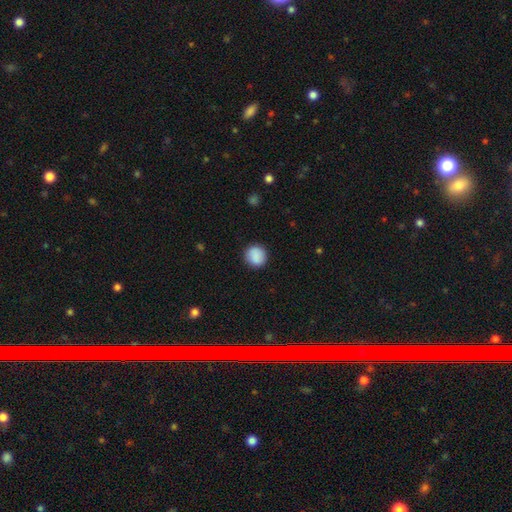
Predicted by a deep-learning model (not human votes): This is clearly a smooth galaxy (89%). How rounded: clearly round (89%). Merging: clearly none (89%).